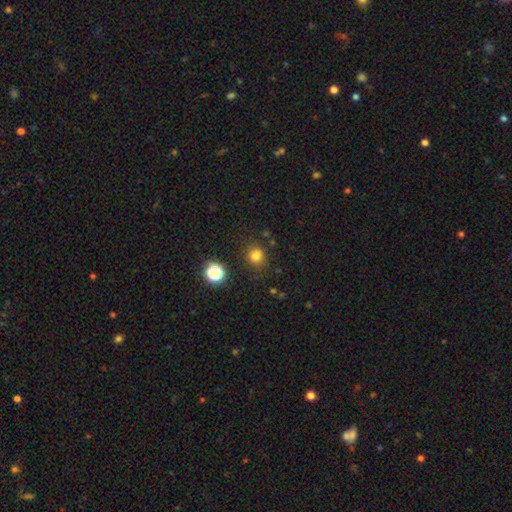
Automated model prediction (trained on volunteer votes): The model was most divided on "how rounded": round: 78%, in between: 21%, cigar-shaped: 1%. More confident: merging — none (78%); smooth or featured — smooth (78%).